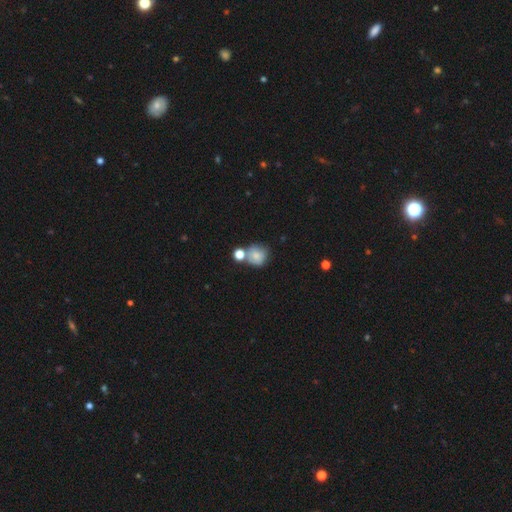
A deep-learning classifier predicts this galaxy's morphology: smooth_or_featured: smooth (p=0.77) [alt: featured or disk p=0.12]
how_rounded: round (p=0.84) [alt: in between p=0.15]
merging: none (p=0.51) [alt: merger p=0.30]